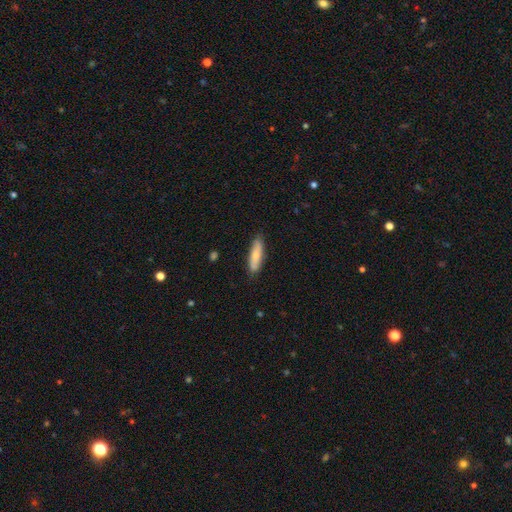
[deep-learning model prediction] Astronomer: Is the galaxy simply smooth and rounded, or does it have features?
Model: smooth — 71%.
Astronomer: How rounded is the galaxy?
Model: cigar-shaped — 63%.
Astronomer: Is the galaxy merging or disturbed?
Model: none — 83%.